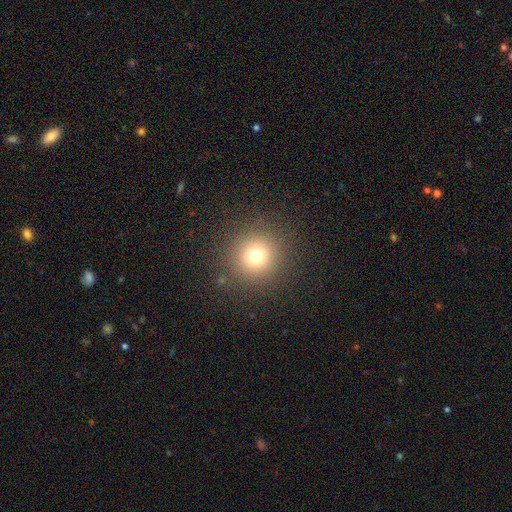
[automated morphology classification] The model was most divided on "smooth or featured": smooth: 73%, star or artifact: 18%, featured or disk: 10%. More confident: how rounded — round (95%); merging — none (89%).